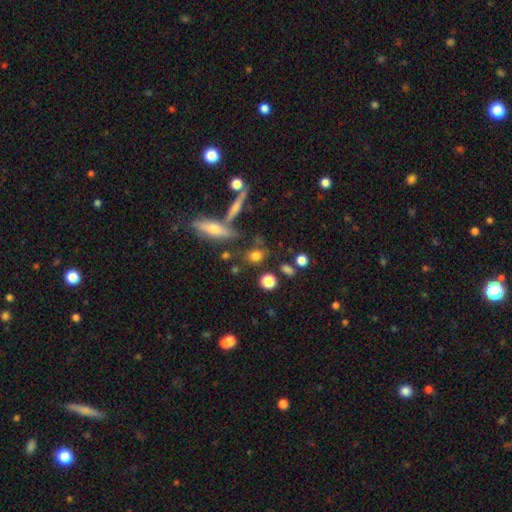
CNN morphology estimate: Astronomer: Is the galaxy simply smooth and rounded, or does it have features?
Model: smooth — 76%.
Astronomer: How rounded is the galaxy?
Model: round — 54% (runner-up: in between, 39%).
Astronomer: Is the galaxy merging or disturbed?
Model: none — 68%.